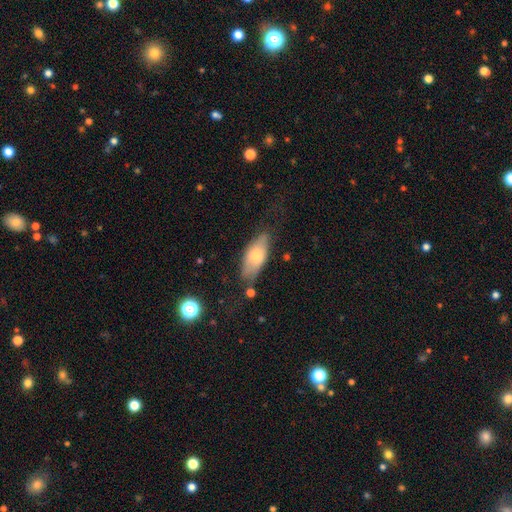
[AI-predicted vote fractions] Smooth or featured? smooth (65%)
How rounded? in between (83%)
Merging? none (68%)